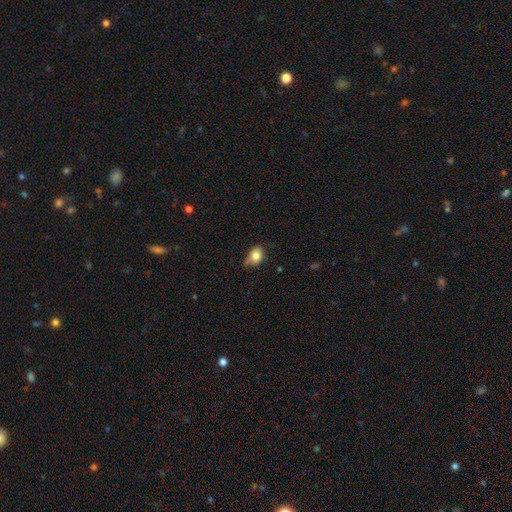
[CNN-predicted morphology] Smooth or featured? Predicted: smooth (p=0.81). How rounded? Predicted: in between (p=0.70). Merging? Predicted: none (p=0.53).